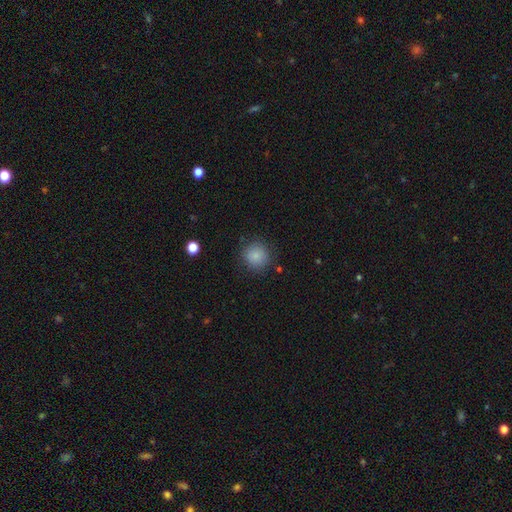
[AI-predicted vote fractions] smooth_or_featured: smooth (p=0.85) [alt: star or artifact p=0.10]
how_rounded: round (p=0.91) [alt: in between p=0.08]
merging: none (p=0.84) [alt: minor disturbance p=0.11]